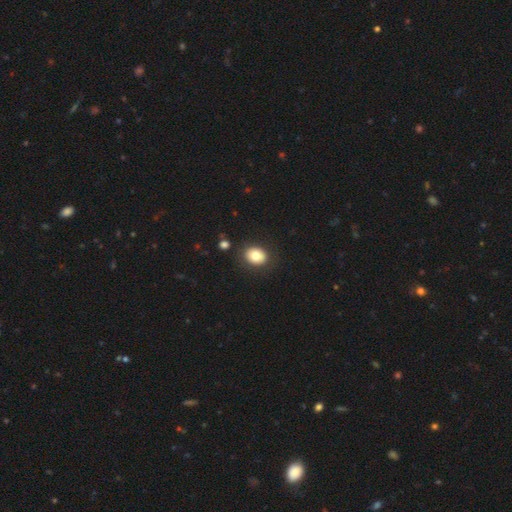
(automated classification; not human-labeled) smooth 80%, featured or disk 11%, star or artifact 9%. Down the decision tree: how rounded — in between (52%); merging — none (86%).